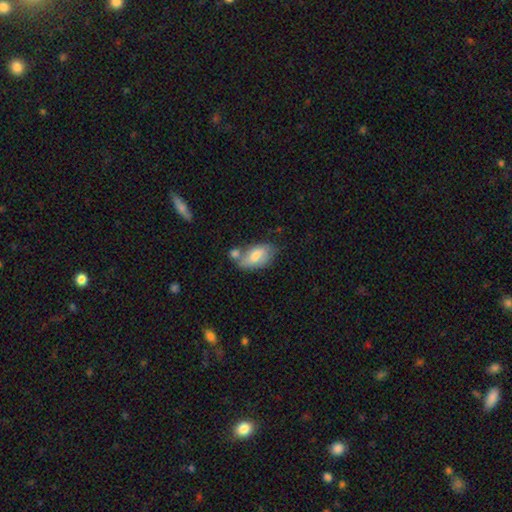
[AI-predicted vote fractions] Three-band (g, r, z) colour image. It shows a smooth galaxy with no disk features (64%) that is in between round and cigar-shaped (91%). Merging: none (49%).